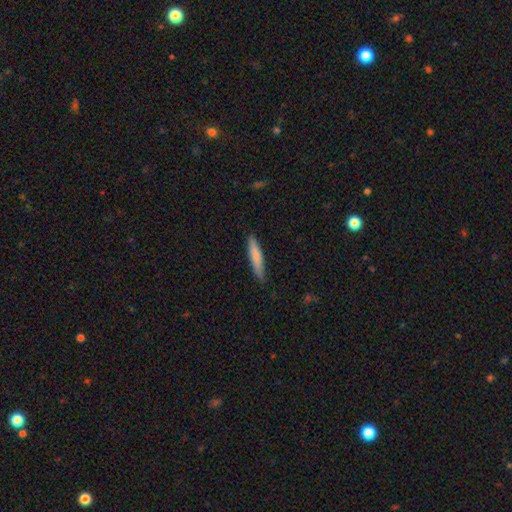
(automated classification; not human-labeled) Overall: smooth (77%). How rounded: cigar-shaped (91%). Merging: none (86%).